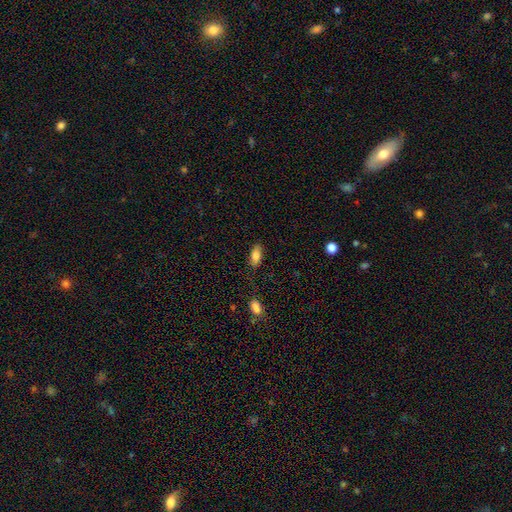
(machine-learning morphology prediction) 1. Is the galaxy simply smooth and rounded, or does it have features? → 81% smooth, 11% featured or disk, 8% star or artifact.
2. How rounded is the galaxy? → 86% in between, 11% cigar-shaped, 3% round.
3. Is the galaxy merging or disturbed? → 79% none, 15% minor disturbance, 4% major disturbance, 2% merger.